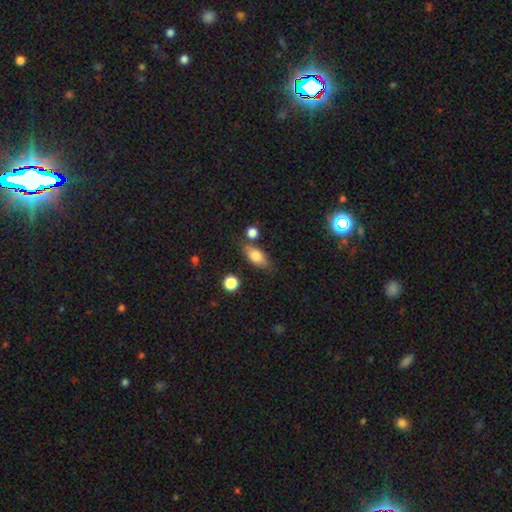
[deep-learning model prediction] A smooth galaxy with no disk features (77%) that is in between round and cigar-shaped (80%). Merging: none (68%).